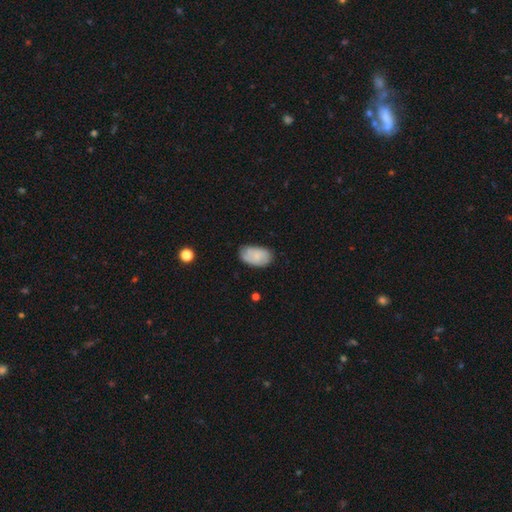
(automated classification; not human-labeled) Morphology: type=smooth (71%); roundness=in between (93%); merging=none (66%).